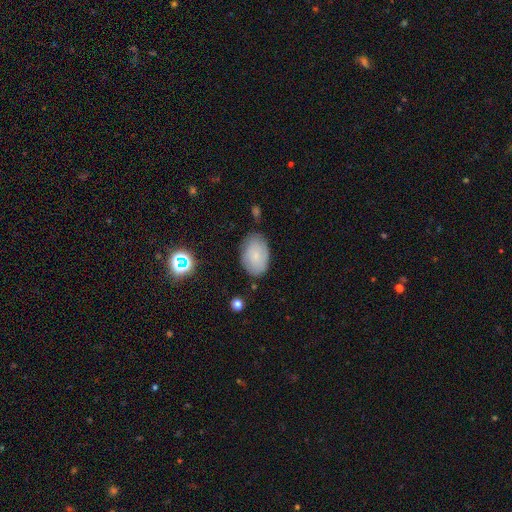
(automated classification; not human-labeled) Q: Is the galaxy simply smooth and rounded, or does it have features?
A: smooth — 70%.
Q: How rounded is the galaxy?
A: in between — 88%.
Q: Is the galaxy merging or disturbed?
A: none — 74%.